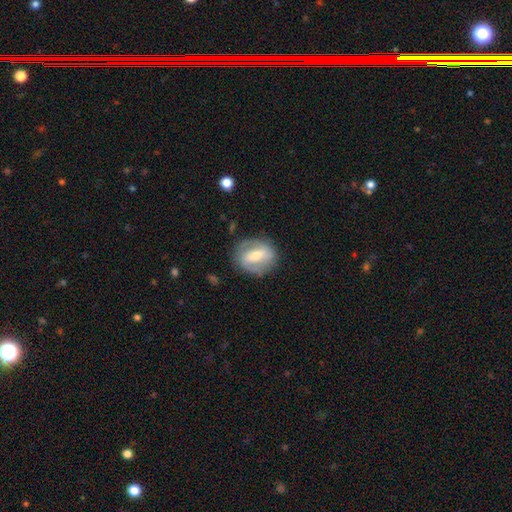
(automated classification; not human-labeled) smooth-or-featured: featured or disk: 63% | smooth: 30% | star or artifact: 7%
  disk-edge-on: no: 92% | yes: 8%
    bar: strong: 54% | weak: 30% | no: 15%
    has-spiral-arms: yes: 55% | no: 45%
    bulge-size: moderate: 56% | small: 36% | large: 5% | none: 1% | dominant: 1%
  merging: none: 77% | minor disturbance: 15% | major disturbance: 6% | merger: 1%